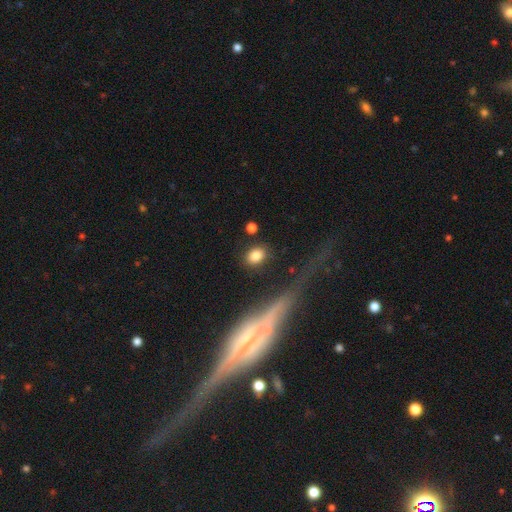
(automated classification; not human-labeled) Q: Smooth or featured?
A: smooth (83%); runner-up: star or artifact (9%)
Q: How rounded?
A: in between (61%); runner-up: round (37%)
Q: Merging?
A: none (82%); runner-up: minor disturbance (9%)